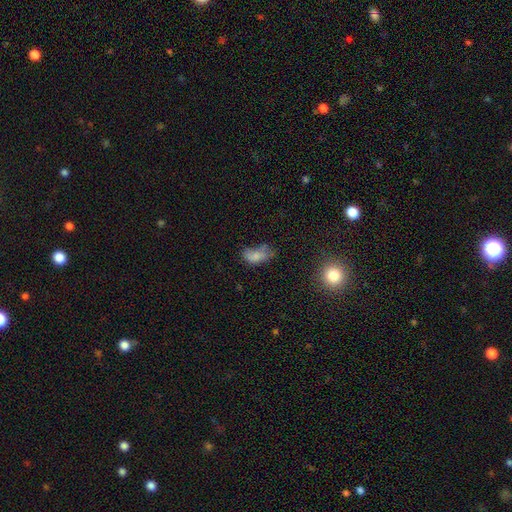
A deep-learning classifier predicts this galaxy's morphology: Smooth or featured? Predicted: smooth (p=0.70). How rounded? Predicted: in between (p=0.90). Merging? Predicted: none (p=0.35).